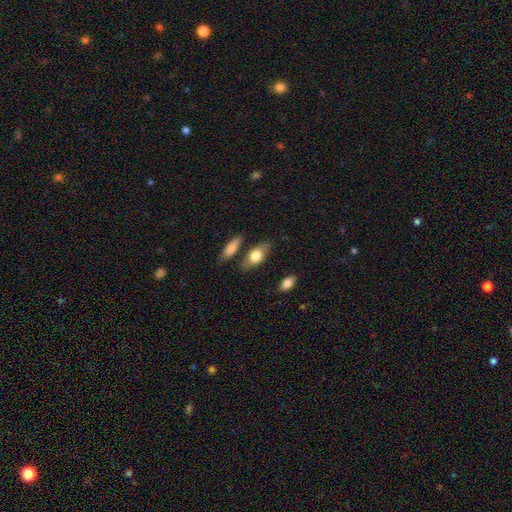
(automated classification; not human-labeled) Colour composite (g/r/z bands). It shows a smooth galaxy with no disk features (70%) that is in between round and cigar-shaped (83%). Merging: none (75%).